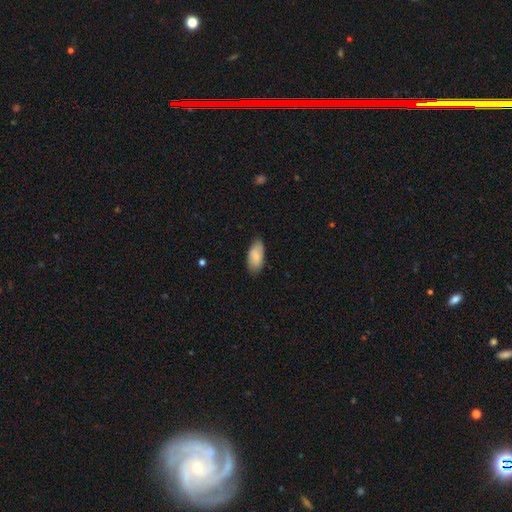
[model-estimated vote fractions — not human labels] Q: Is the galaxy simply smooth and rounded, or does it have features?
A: smooth — 77%.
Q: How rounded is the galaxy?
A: in between — 92%.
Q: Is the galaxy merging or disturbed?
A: none — 76%.